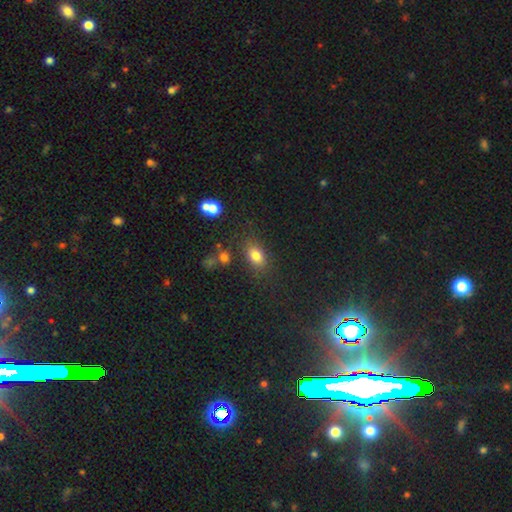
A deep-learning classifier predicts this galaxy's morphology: This appears to be a smooth galaxy with no disk features (78%) that is in between round and cigar-shaped (78%). Merging: none (76%).